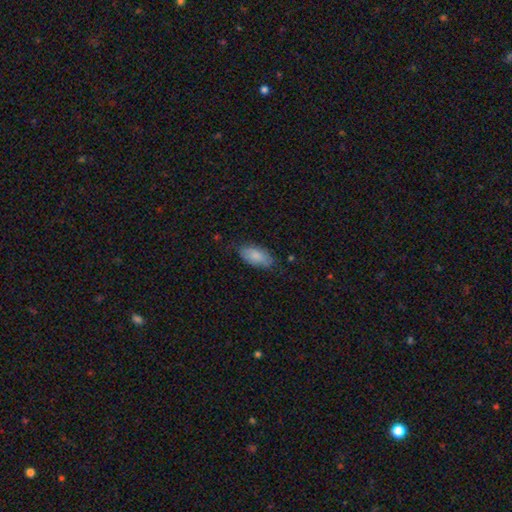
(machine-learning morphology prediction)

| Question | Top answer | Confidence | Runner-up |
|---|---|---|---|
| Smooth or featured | smooth | 85% | featured or disk (9%) |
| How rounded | in between | 91% | cigar-shaped (6%) |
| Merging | none | 76% | minor disturbance (19%) |